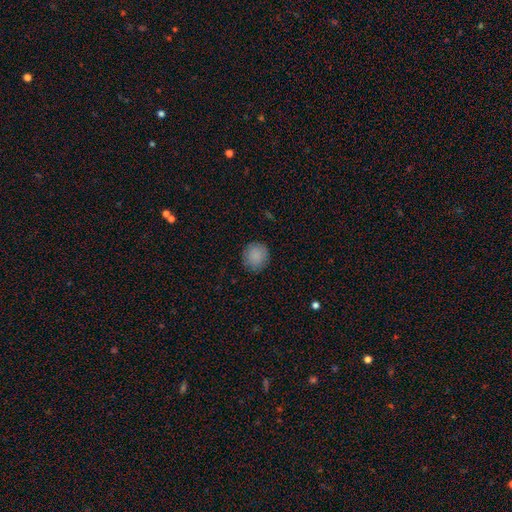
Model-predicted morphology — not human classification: This is clearly a smooth galaxy (88%). How rounded: clearly round (88%). Merging: clearly none (87%).